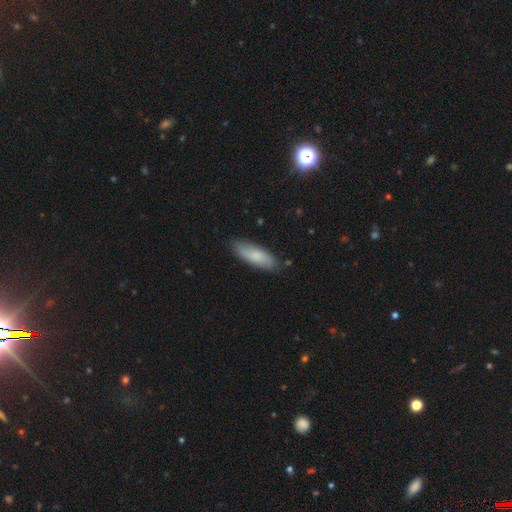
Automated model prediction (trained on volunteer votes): This appears to be a smooth galaxy with no disk features (77%) that is in between round and cigar-shaped (58%). Merging: none (81%).